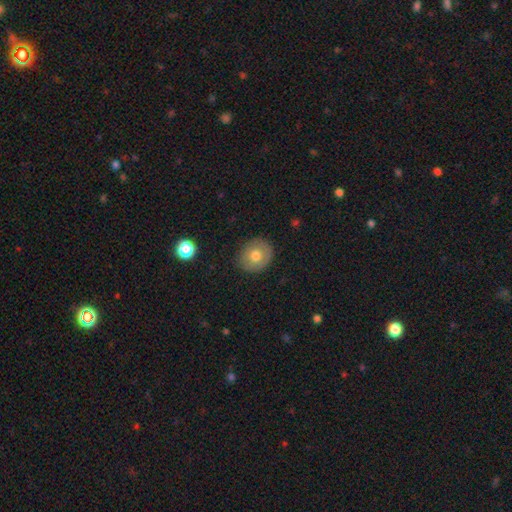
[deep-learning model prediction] The model was most divided on "how rounded": round: 67%, in between: 32%, cigar-shaped: 1%. More confident: merging — none (84%); smooth or featured — smooth (72%).